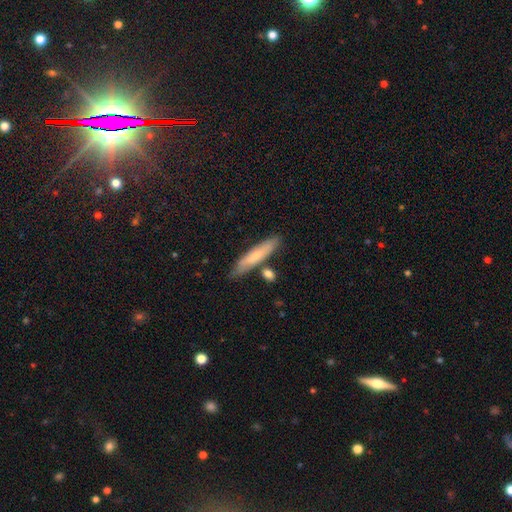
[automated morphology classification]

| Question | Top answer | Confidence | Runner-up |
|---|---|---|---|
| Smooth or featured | smooth | 68% | featured or disk (26%) |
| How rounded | cigar-shaped | 87% | in between (11%) |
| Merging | none | 77% | minor disturbance (13%) |